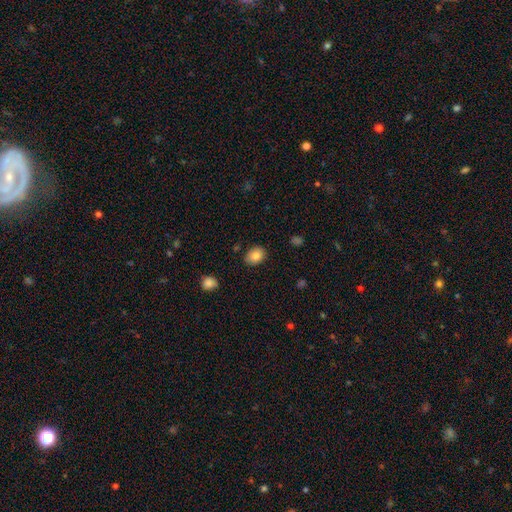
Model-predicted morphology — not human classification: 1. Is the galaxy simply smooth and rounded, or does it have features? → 84% smooth, 8% star or artifact, 8% featured or disk.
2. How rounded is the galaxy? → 70% in between, 29% round, 1% cigar-shaped.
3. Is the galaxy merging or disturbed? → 85% none, 11% minor disturbance, 2% major disturbance, 1% merger.